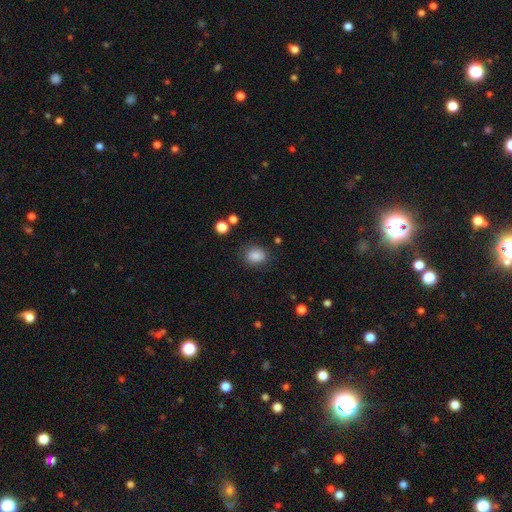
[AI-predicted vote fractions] A smooth galaxy with no disk features (85%) that is in between round and cigar-shaped (52%). Merging: none (79%).